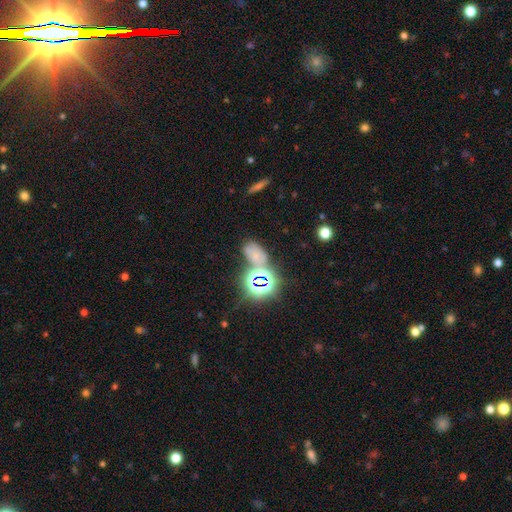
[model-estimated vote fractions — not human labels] This is possibly a smooth galaxy (46%). Merging: possibly none (53%).